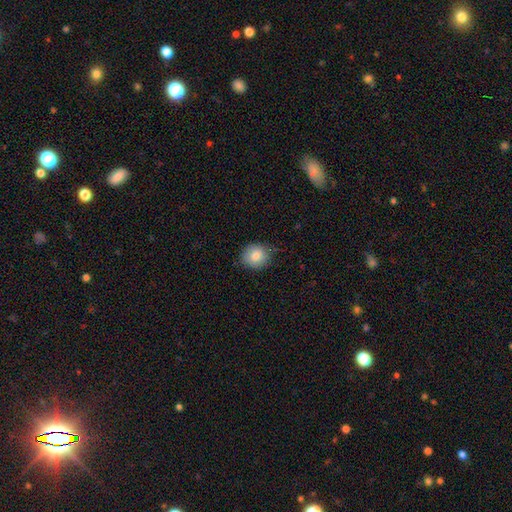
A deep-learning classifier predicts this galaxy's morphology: The model was most divided on "merging": none: 74%, minor disturbance: 21%, major disturbance: 3%, merger: 1%. More confident: smooth or featured — smooth (82%); how rounded — round (81%).